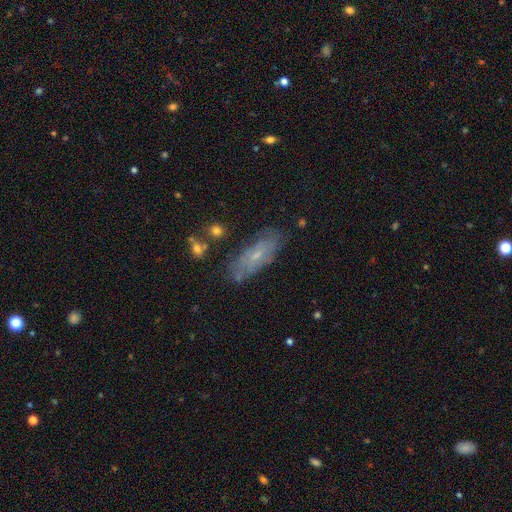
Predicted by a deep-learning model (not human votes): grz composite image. It shows a featured or disk galaxy (50%). Merging: none (75%).